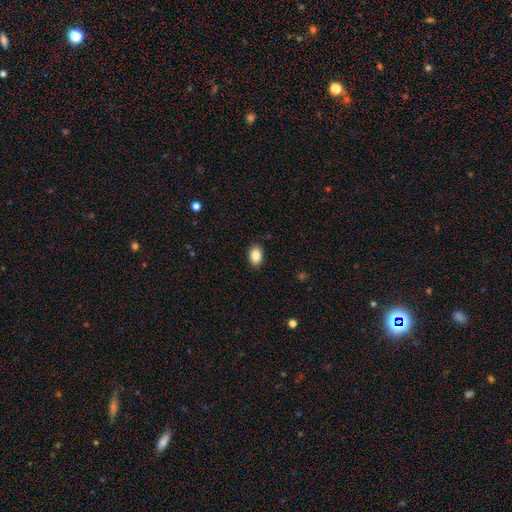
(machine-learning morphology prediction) type=smooth (89%); roundness=in between (86%); merging=none (88%).